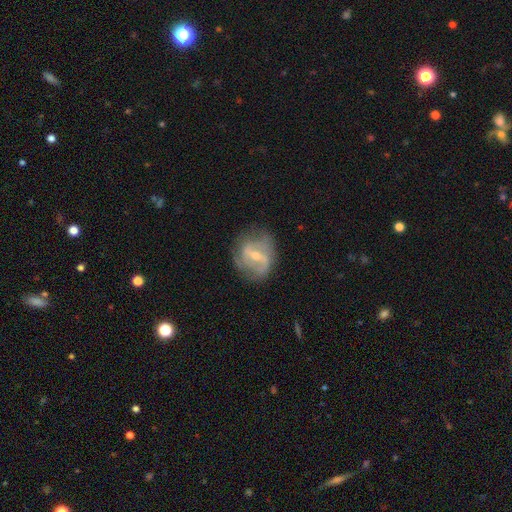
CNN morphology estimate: Smooth or featured? featured or disk (78%)
Edge-on disk? no (97%)
Bar? weak (47%)
Spiral arms? yes (84%)
Spiral winding? medium (45%)
Spiral arm count? 2 (72%)
Bulge size? small (51%)
Merging? none (66%)